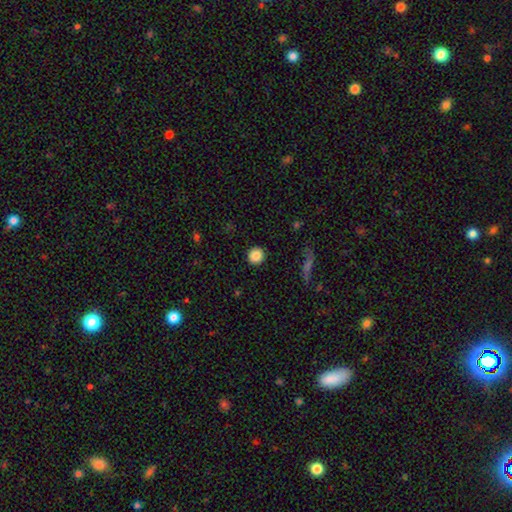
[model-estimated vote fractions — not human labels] smooth-or-featured: smooth: 87% | star or artifact: 9% | featured or disk: 4%
  how-rounded: round: 93% | in between: 6% | cigar-shaped: 1%
  merging: none: 92% | minor disturbance: 5% | major disturbance: 2% | merger: 1%